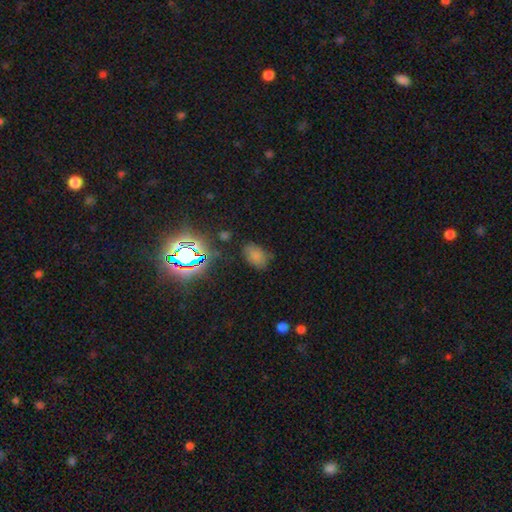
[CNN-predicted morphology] Smooth or featured: smooth — 68% (star or artifact — 23%)
How rounded: in between — 87% (round — 12%)
Merging: none — 71% (minor disturbance — 19%)